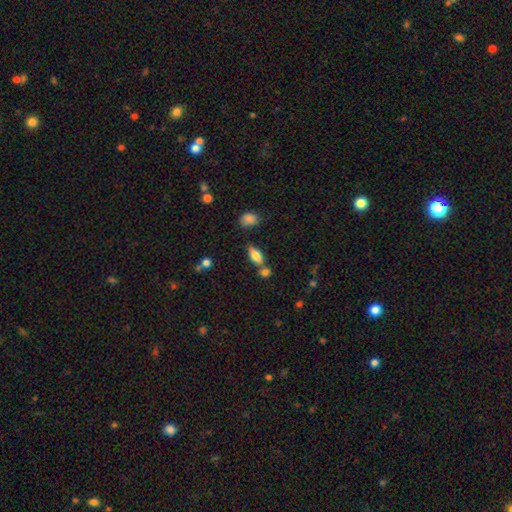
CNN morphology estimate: smooth_or_featured: smooth (p=0.75) [alt: featured or disk p=0.17]
how_rounded: in between (p=0.82) [alt: cigar-shaped p=0.15]
merging: none (p=0.59) [alt: merger p=0.23]